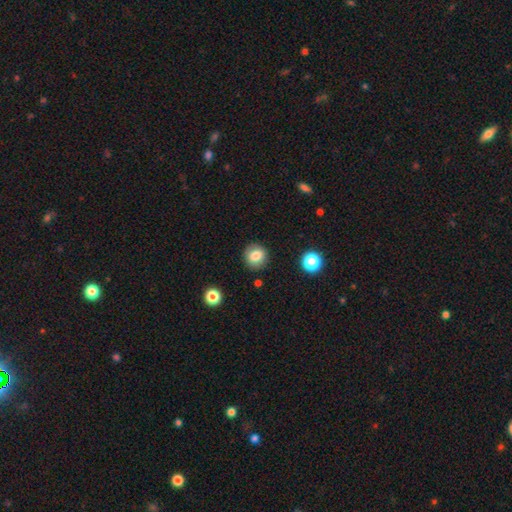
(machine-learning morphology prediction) This appears to be a smooth galaxy with no disk features (82%) that is round (85%). Merging: none (88%).